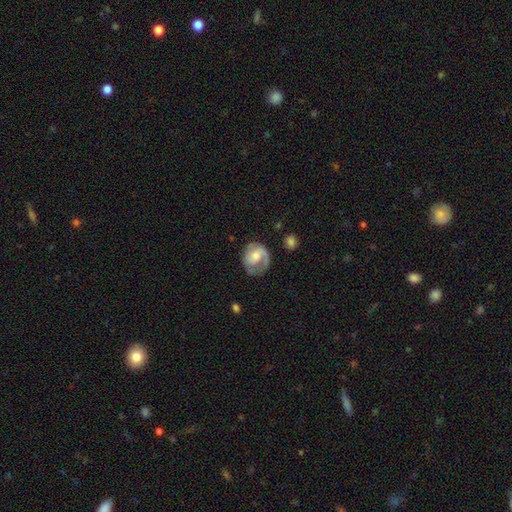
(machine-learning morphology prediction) This is likely a featured or disk galaxy (65%). It is clearly not viewed edge-on (97%). Bar: likely no (61%). Spiral arm pattern: clearly yes (87%). Spiral arm count: marginally 1 (44%). Spiral winding: marginally tight (40%, tied with medium). Central bulge: possibly moderate (50%). Merging: possibly none (56%).